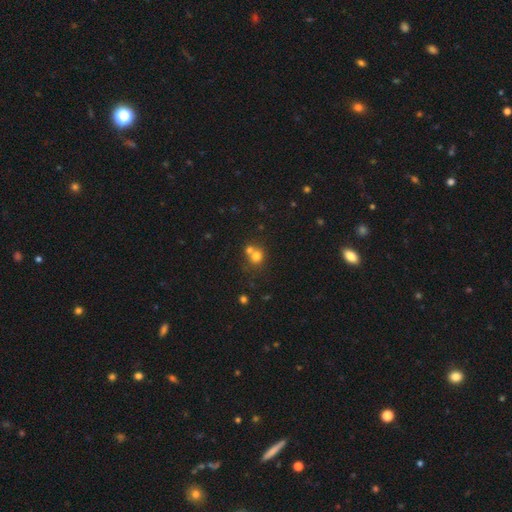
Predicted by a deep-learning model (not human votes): smooth_or_featured: smooth (p=0.73) [alt: star or artifact p=0.15]
how_rounded: round (p=0.81) [alt: in between p=0.18]
merging: merger (p=0.47) [alt: none p=0.42]